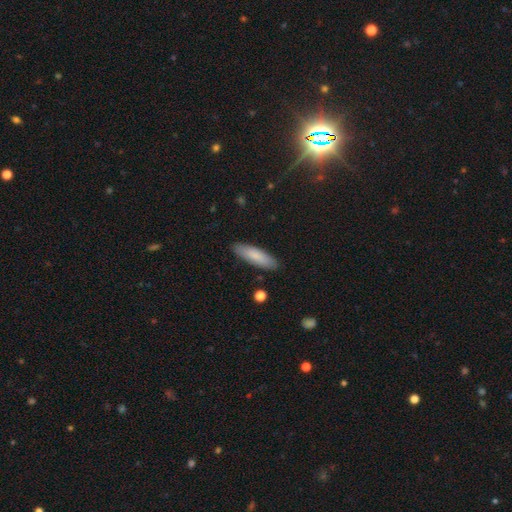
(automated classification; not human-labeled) Morphology: type=smooth (82%); roundness=cigar-shaped (63%); merging=none (88%).